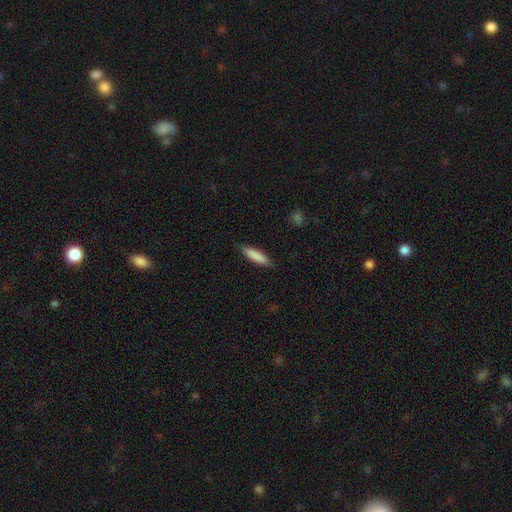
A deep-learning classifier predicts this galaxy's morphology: Smooth or featured? smooth (84%)
How rounded? cigar-shaped (77%)
Merging? none (87%)